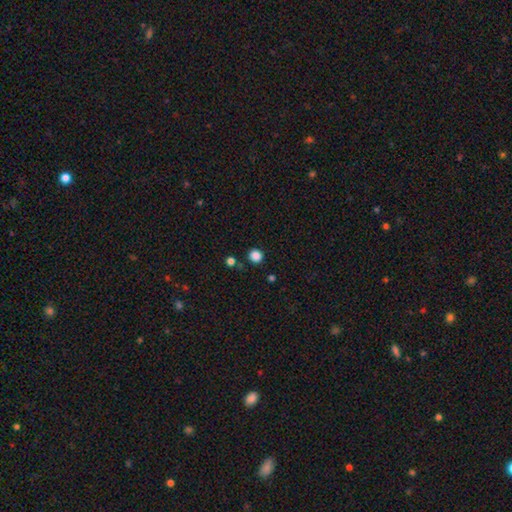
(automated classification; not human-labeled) Smooth or featured?
  - smooth: 85% *
  - star or artifact: 12%
  - featured or disk: 3%
How rounded?
  - round: 91% *
  - in between: 8%
  - cigar-shaped: 1%
Merging?
  - none: 87% *
  - minor disturbance: 6%
  - merger: 4%
  - major disturbance: 2%